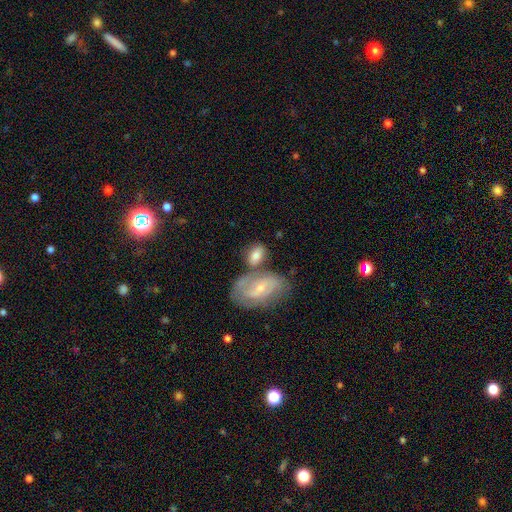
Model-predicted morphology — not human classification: Smooth or featured? smooth (59%)
How rounded? in between (84%)
Merging? none (46%)